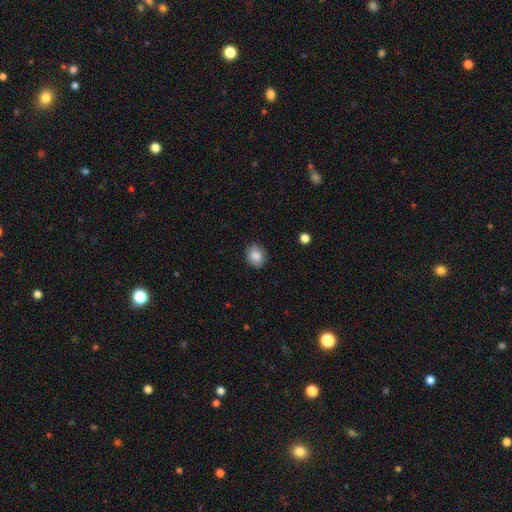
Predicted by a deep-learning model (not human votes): Overall: smooth (86%). How rounded: round (66%; in between 33%). Merging: none (88%).